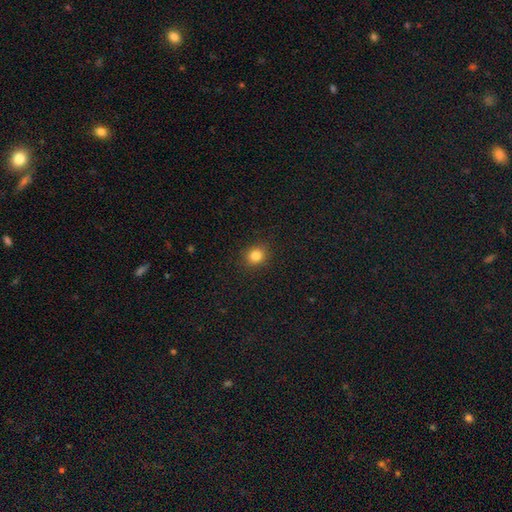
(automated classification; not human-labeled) This is clearly a smooth galaxy (83%). How rounded: likely round (76%). Merging: clearly none (90%).